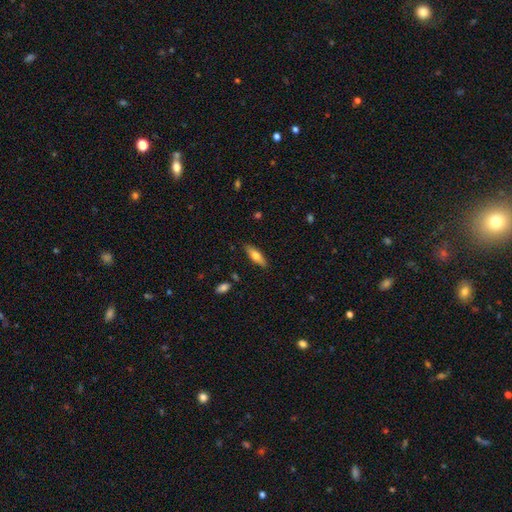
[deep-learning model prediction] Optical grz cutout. It shows a smooth galaxy with no disk features (62%) that is in between round and cigar-shaped (51%). Merging: none (86%).